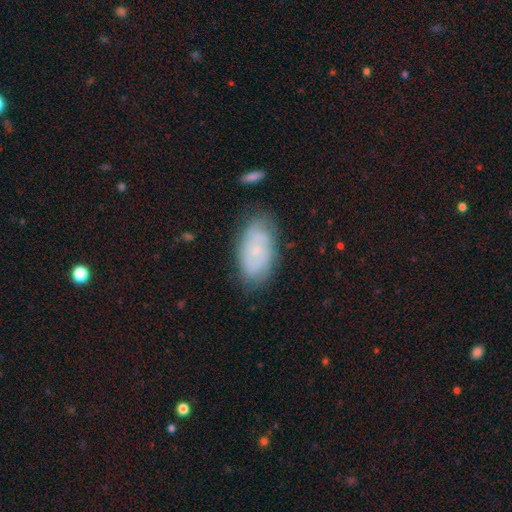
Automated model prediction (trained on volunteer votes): smooth_or_featured: featured or disk (p=0.43) [tied with: smooth p=0.43]
merging: none (p=0.75) [alt: minor disturbance p=0.18]